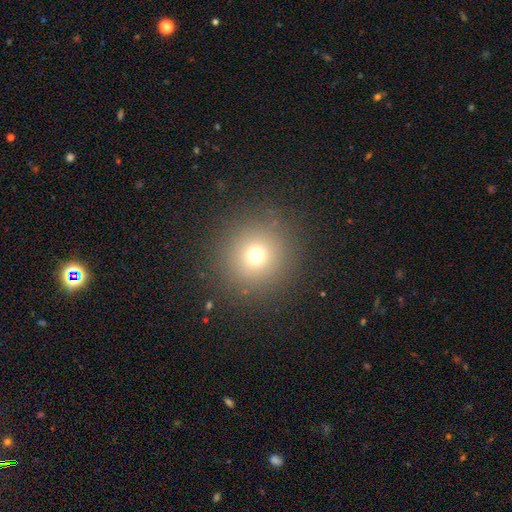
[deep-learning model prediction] A smooth galaxy with no disk features (71%) that is round (95%).

Vote fractions:
- Smooth or featured? smooth: 71% / star or artifact: 20% / featured or disk: 10%
- How rounded? round: 95% / in between: 4% / cigar-shaped: 1%
- Merging? none: 89% / minor disturbance: 6% / major disturbance: 4% / merger: 1%